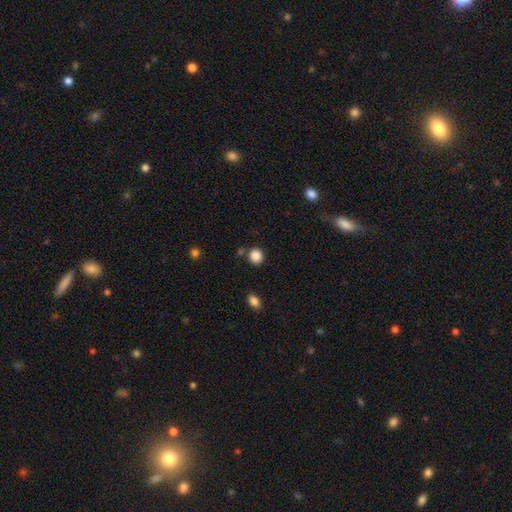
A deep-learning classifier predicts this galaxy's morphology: Overall: smooth (87%). How rounded: round (88%). Merging: none (81%).